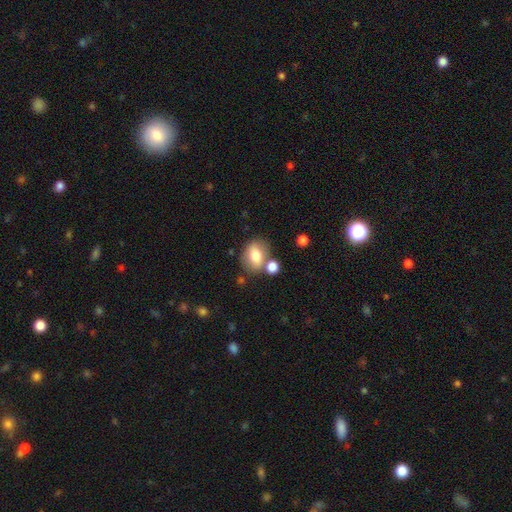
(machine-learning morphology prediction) Smooth or featured? Predicted: smooth (p=0.73). How rounded? Predicted: in between (p=0.64). Merging? Predicted: none (p=0.64).